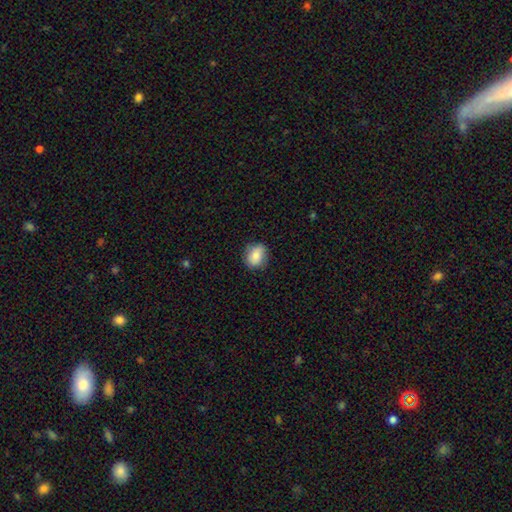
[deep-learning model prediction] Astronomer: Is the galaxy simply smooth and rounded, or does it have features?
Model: smooth — 83%.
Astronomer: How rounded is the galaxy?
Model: in between — 51% (runner-up: round, 48%).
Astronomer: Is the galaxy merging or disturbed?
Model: none — 80%.